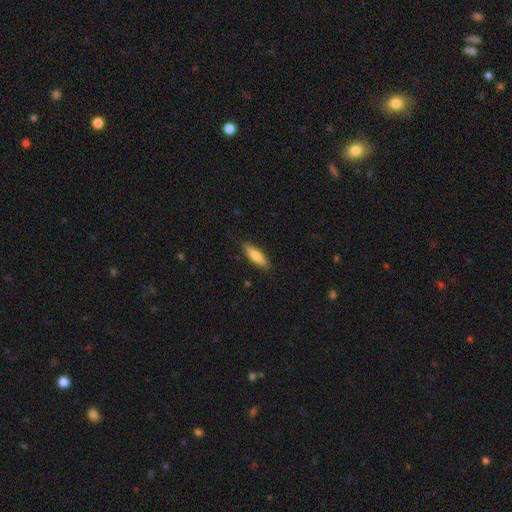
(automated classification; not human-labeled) Overall: smooth (76%). How rounded: cigar-shaped (59%; in between 39%). Merging: none (88%).